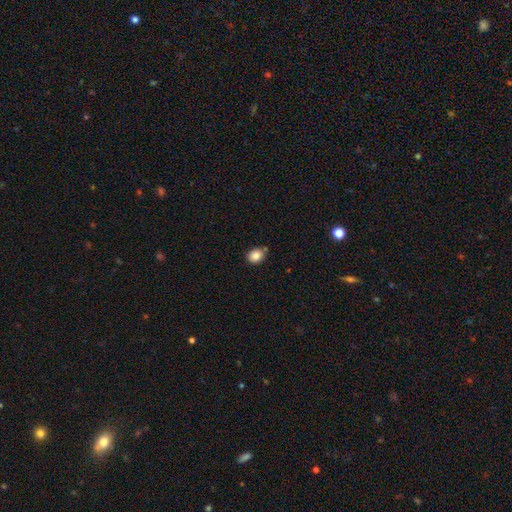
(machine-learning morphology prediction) type=smooth (86%); roundness=round (65%); merging=none (76%).